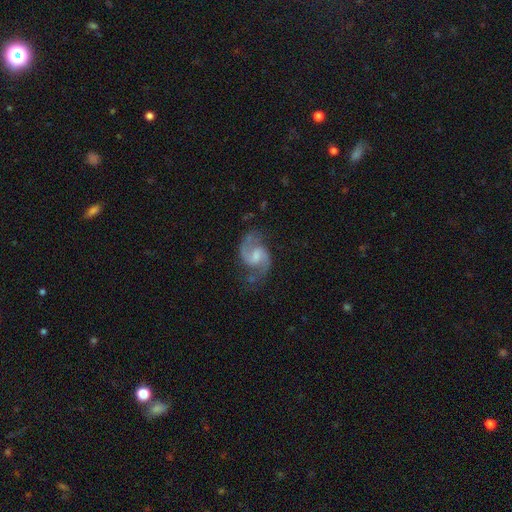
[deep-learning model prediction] Smooth or featured? featured or disk (89%)
Edge-on disk? no (98%)
Bar? weak (57%)
Spiral arms? yes (98%)
Spiral winding? medium (57%)
Spiral arm count? 2 (93%)
Bulge size? moderate (37%)
Merging? none (71%)